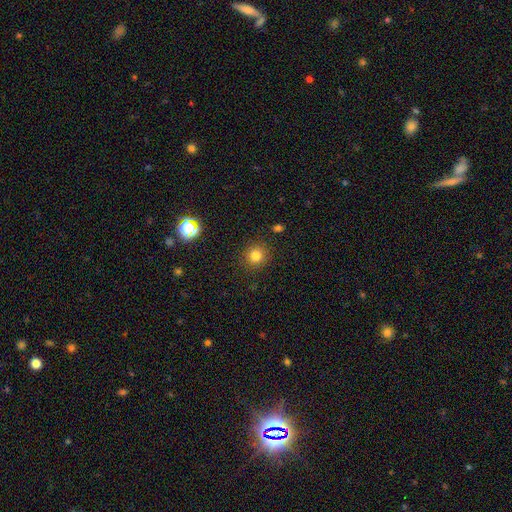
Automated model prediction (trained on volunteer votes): smooth-or-featured: smooth: 80% | star or artifact: 14% | featured or disk: 6%
  how-rounded: round: 92% | in between: 7% | cigar-shaped: 1%
  merging: none: 89% | minor disturbance: 7% | major disturbance: 2% | merger: 1%